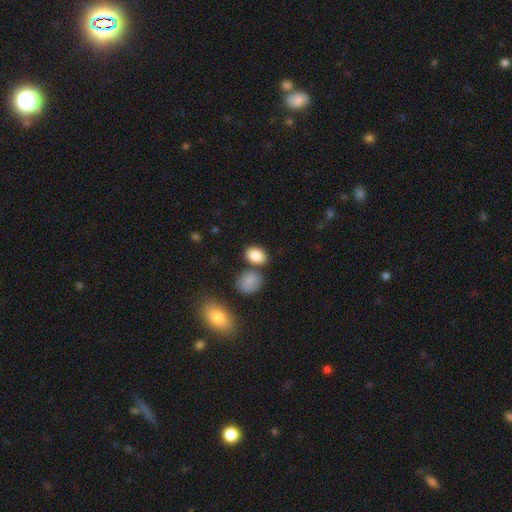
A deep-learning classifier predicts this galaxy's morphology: Smooth or featured? smooth (86%)
How rounded? in between (79%)
Merging? none (68%)